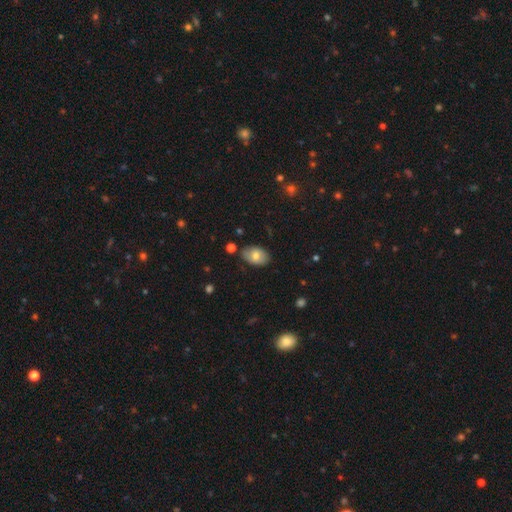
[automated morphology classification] A smooth galaxy with no disk features (71%) that is in between round and cigar-shaped (87%). Merging: none (78%).